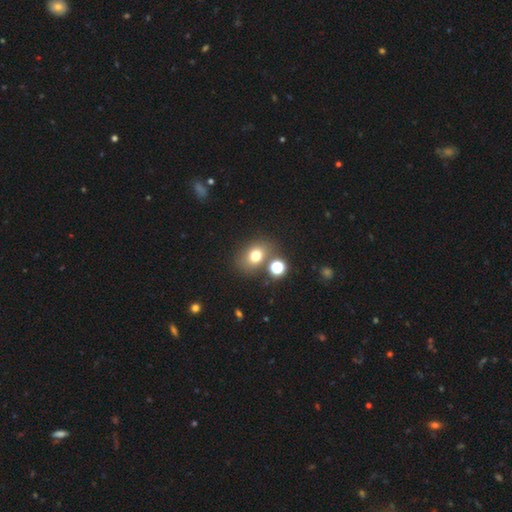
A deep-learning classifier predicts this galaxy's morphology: type=smooth (71%); roundness=in between (51%); merging=none (69%).